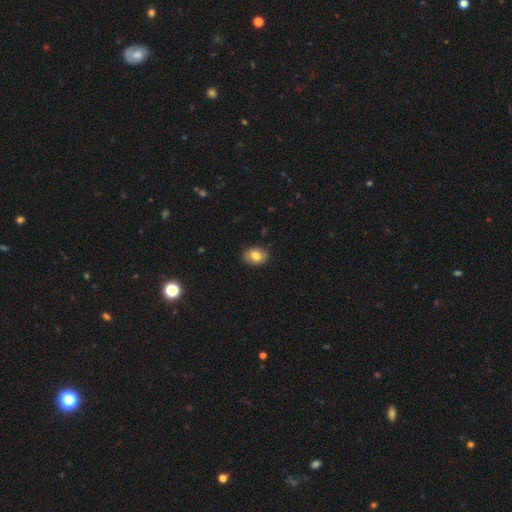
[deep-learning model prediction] Overall: smooth (82%). How rounded: in between (60%; round 39%). Merging: none (87%).